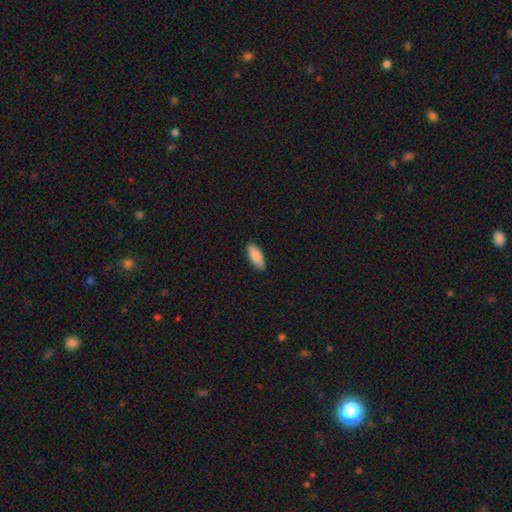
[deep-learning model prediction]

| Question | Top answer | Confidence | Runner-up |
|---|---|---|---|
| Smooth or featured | smooth | 89% | featured or disk (6%) |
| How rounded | in between | 80% | cigar-shaped (18%) |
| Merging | none | 89% | minor disturbance (9%) |